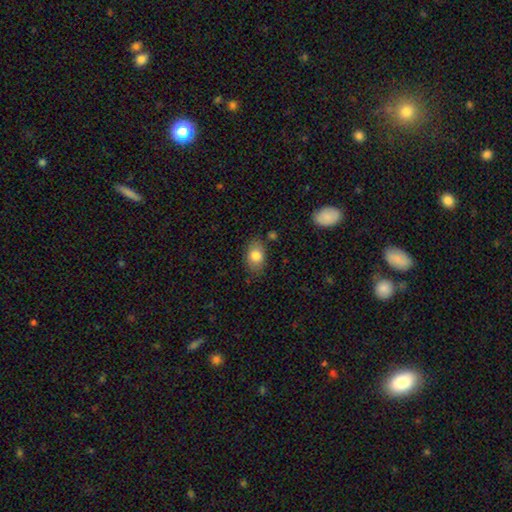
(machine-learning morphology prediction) Smooth or featured? Predicted: smooth (p=0.81). How rounded? Predicted: in between (p=0.86). Merging? Predicted: none (p=0.78).